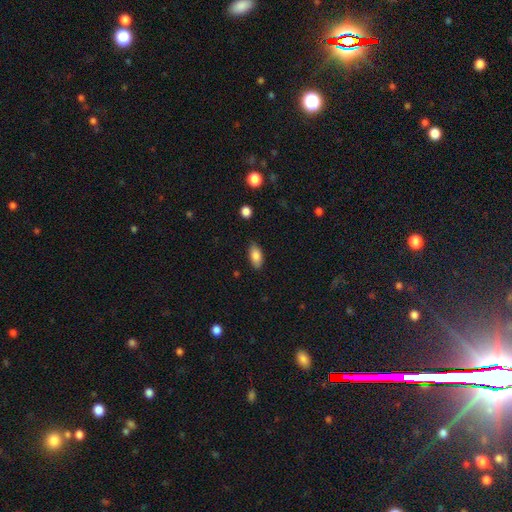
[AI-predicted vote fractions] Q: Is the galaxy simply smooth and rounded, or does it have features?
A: smooth — 84%.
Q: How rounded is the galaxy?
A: in between — 89%.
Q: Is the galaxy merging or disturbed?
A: none — 84%.